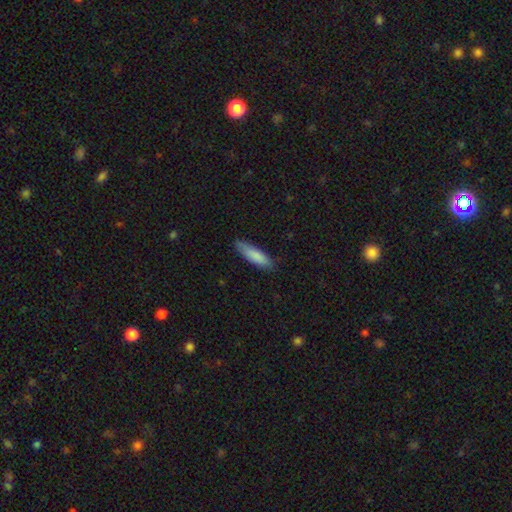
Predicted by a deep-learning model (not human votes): Smooth or featured?
  - smooth: 83% *
  - featured or disk: 11%
  - star or artifact: 6%
How rounded?
  - cigar-shaped: 59% *
  - in between: 40%
  - round: 1%
Merging?
  - none: 78% *
  - minor disturbance: 18%
  - major disturbance: 3%
  - merger: 1%